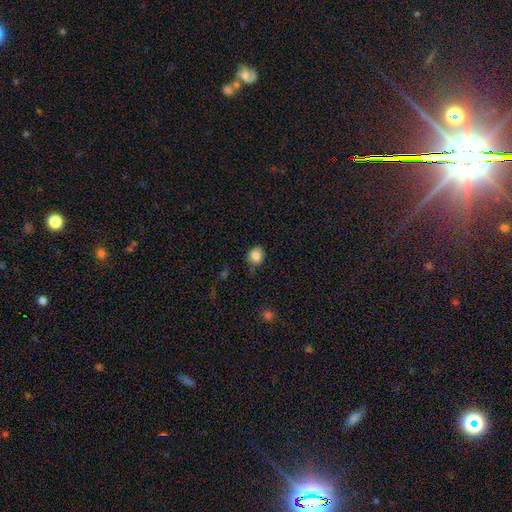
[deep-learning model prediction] Smooth or featured?
  - smooth: 84% *
  - star or artifact: 10%
  - featured or disk: 6%
How rounded?
  - round: 70% *
  - in between: 29%
  - cigar-shaped: 1%
Merging?
  - none: 70% *
  - minor disturbance: 23%
  - major disturbance: 5%
  - merger: 2%